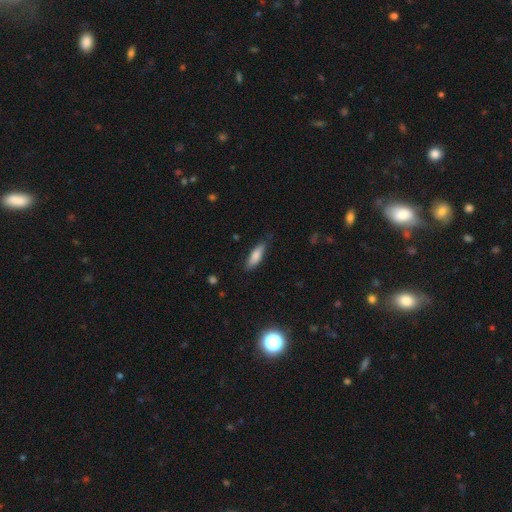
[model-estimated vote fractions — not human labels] This is likely a smooth galaxy (79%). How rounded: possibly in between (51%). Merging: likely none (77%).